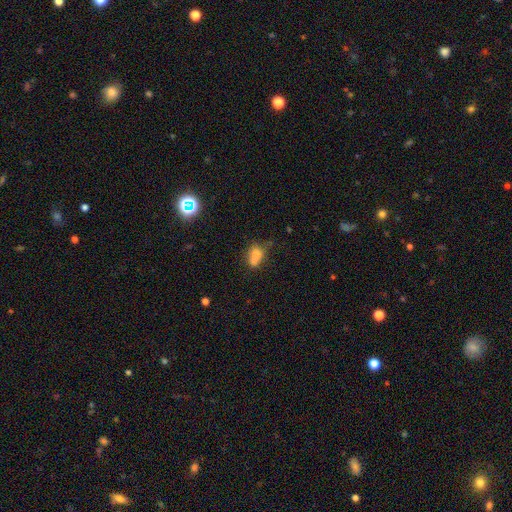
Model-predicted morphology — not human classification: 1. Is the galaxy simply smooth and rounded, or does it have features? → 69% smooth, 18% featured or disk, 13% star or artifact.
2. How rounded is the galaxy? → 77% in between, 18% round, 5% cigar-shaped.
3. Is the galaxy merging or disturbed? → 38% none, 25% minor disturbance, 22% merger, 15% major disturbance.